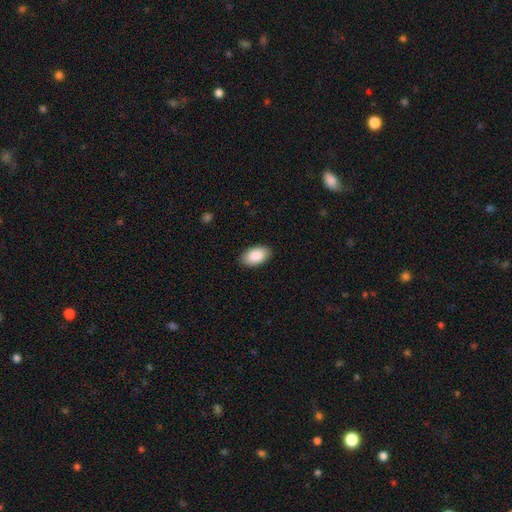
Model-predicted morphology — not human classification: smooth_or_featured: smooth (p=0.90) [alt: star or artifact p=0.06]
how_rounded: in between (p=0.95) [alt: round p=0.04]
merging: none (p=0.89) [alt: minor disturbance p=0.08]